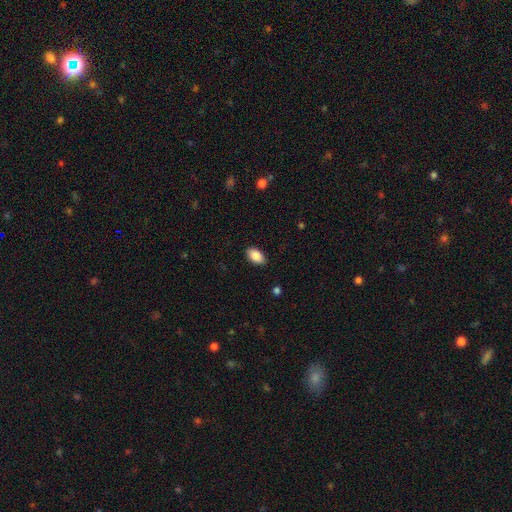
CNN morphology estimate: Overall: smooth (88%). How rounded: in between (93%). Merging: none (88%).